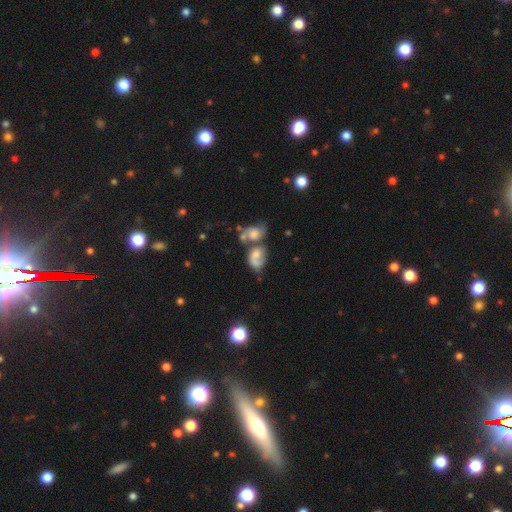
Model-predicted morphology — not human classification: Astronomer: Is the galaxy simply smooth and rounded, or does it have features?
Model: featured or disk — 52% (runner-up: smooth, 34%).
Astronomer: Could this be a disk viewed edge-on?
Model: no — 96%.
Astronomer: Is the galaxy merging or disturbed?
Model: merger — 62%.